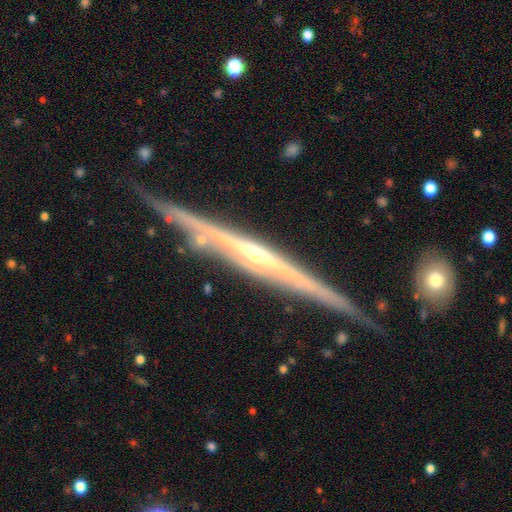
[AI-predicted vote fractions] The model was most divided on "edge-on bulge": rounded: 55%, none: 40%, boxy: 6%. More confident: edge-on disk — yes (97%); smooth or featured — featured or disk (87%); merging — none (82%).